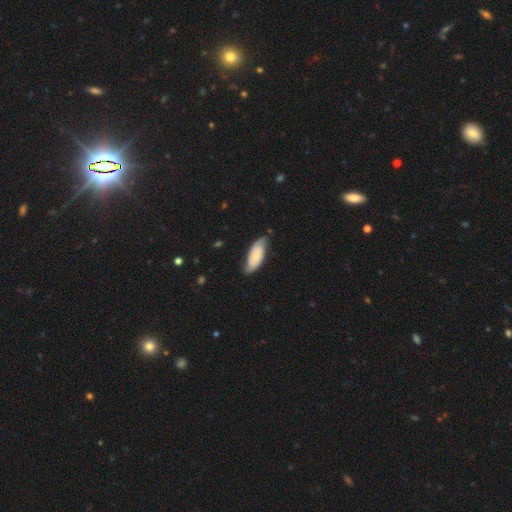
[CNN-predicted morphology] This is possibly a smooth galaxy (52%). How rounded: likely in between (79%). Merging: likely none (70%).